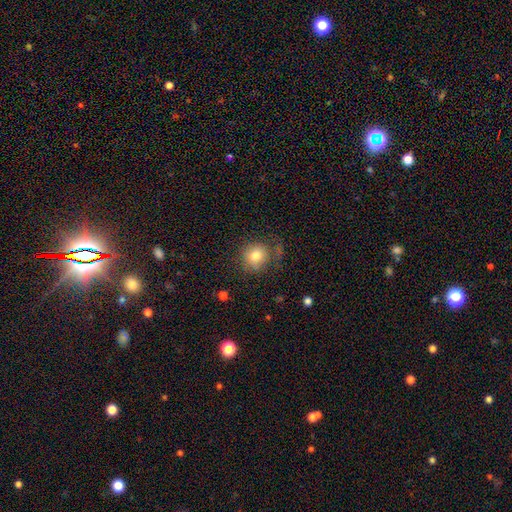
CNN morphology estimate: Smooth or featured: smooth — 79% (featured or disk — 11%)
How rounded: round — 88% (in between — 11%)
Merging: none — 67% (minor disturbance — 19%)